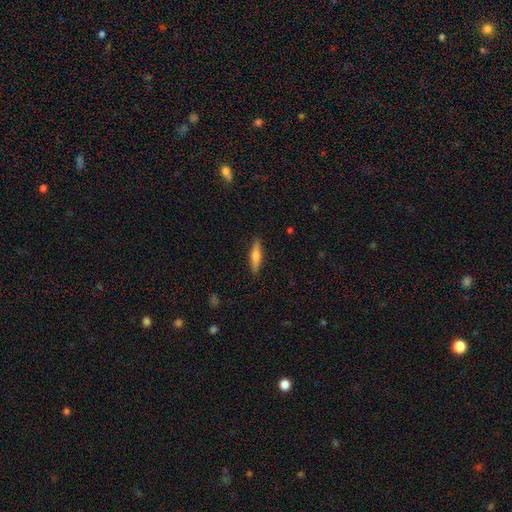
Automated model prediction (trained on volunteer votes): A smooth galaxy with no disk features (63%) that is cigar-shaped (77%).

Vote fractions:
- Smooth or featured? smooth: 63% / featured or disk: 31% / star or artifact: 6%
- How rounded? cigar-shaped: 77% / in between: 21% / round: 2%
- Merging? none: 89% / minor disturbance: 8% / major disturbance: 2% / merger: 1%